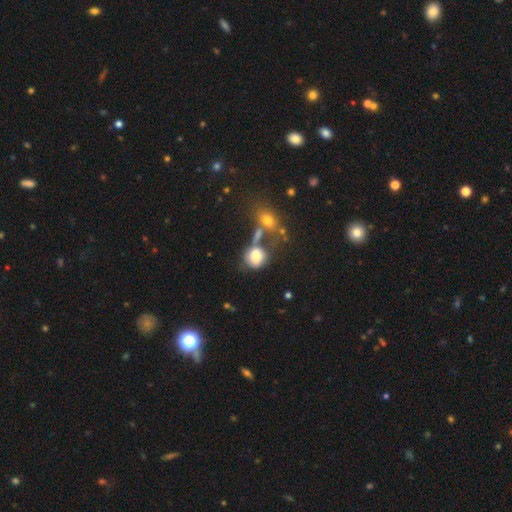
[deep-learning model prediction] Overall: smooth (75%). How rounded: round (61%; in between 38%). Merging: none (34%; merger 33%).